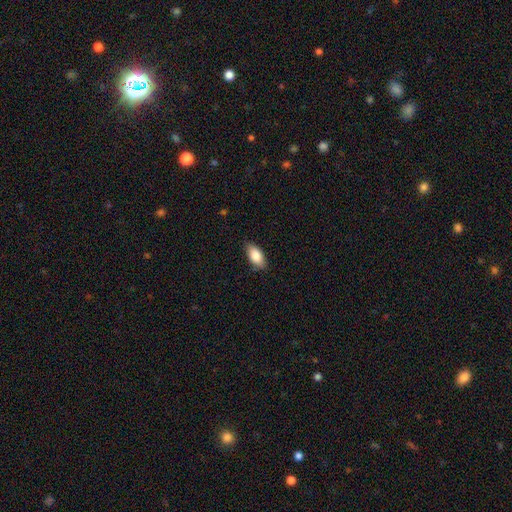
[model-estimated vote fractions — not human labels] Q: Smooth or featured?
A: smooth (85%); runner-up: featured or disk (9%)
Q: How rounded?
A: in between (90%); runner-up: cigar-shaped (7%)
Q: Merging?
A: none (83%); runner-up: minor disturbance (14%)